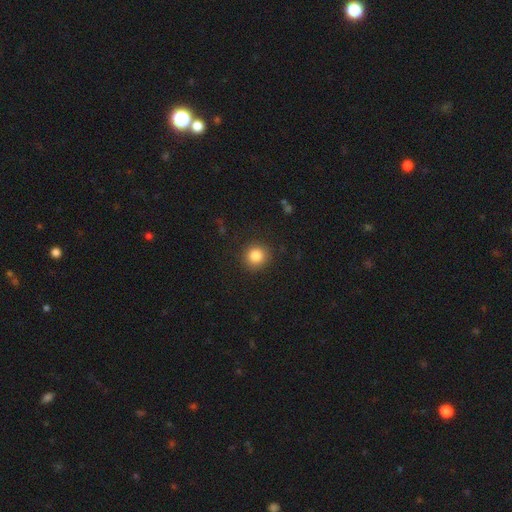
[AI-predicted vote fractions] Smooth or featured: smooth — 84% (star or artifact — 10%)
How rounded: round — 90% (in between — 9%)
Merging: none — 89% (minor disturbance — 7%)